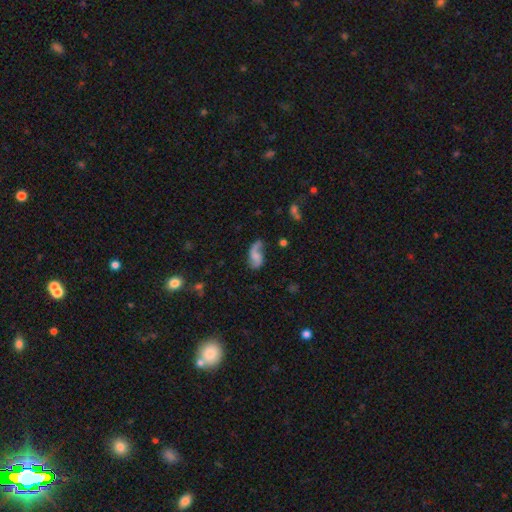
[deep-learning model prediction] smooth_or_featured: featured or disk (p=0.65) [alt: smooth p=0.26]
disk_edge_on: no (p=0.97) [alt: yes p=0.03]
bar: no (p=0.55) [alt: weak p=0.36]
has_spiral_arms: yes (p=0.92) [alt: no p=0.08]
spiral_winding: loose (p=0.72) [alt: medium p=0.22]
spiral_arm_count: 2 (p=0.78) [alt: 1 p=0.16]
bulge_size: none (p=0.45) [alt: small p=0.29]
merging: none (p=0.54) [alt: minor disturbance p=0.25]